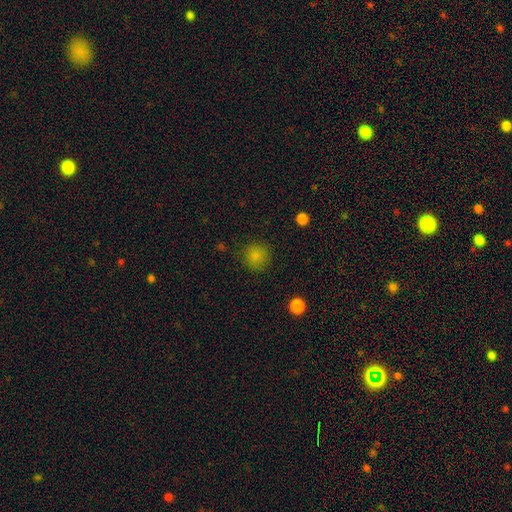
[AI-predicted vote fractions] Smooth or featured? Predicted: smooth (p=0.83). How rounded? Predicted: round (p=0.92). Merging? Predicted: none (p=0.86).